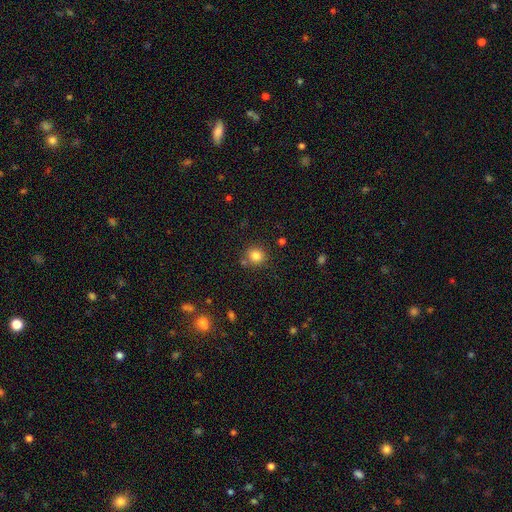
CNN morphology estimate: type=smooth (82%); roundness=round (88%); merging=none (80%).